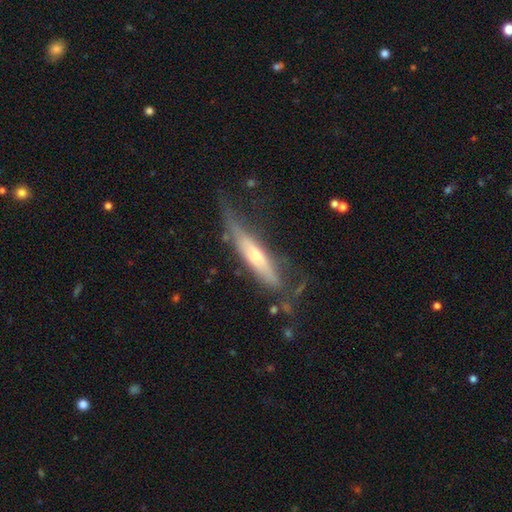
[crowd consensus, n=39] smooth 49%, featured or disk 46%, star or artifact 5%. Down the decision tree: how rounded — cigar-shaped (84%); merging — none (41%).